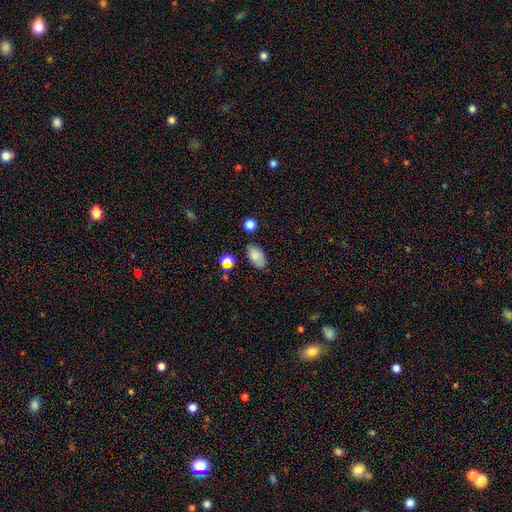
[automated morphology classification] Smooth or featured? smooth (83%)
How rounded? in between (92%)
Merging? none (78%)